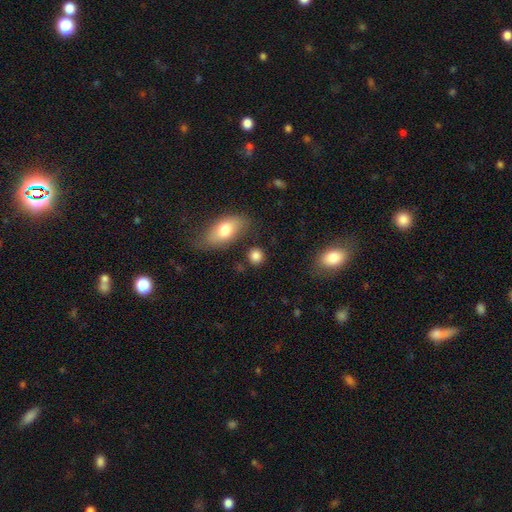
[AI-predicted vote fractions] The model was most divided on "how rounded": round: 77%, in between: 20%, cigar-shaped: 2%. More confident: smooth or featured — smooth (84%); merging — none (80%).